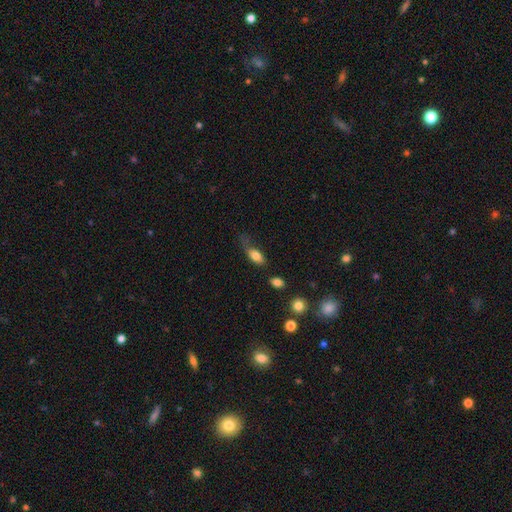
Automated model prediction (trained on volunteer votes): Smooth or featured?
  - smooth: 79% *
  - featured or disk: 14%
  - star or artifact: 8%
How rounded?
  - in between: 86% *
  - cigar-shaped: 9%
  - round: 6%
Merging?
  - none: 38% *
  - minor disturbance: 31%
  - major disturbance: 27%
  - merger: 4%